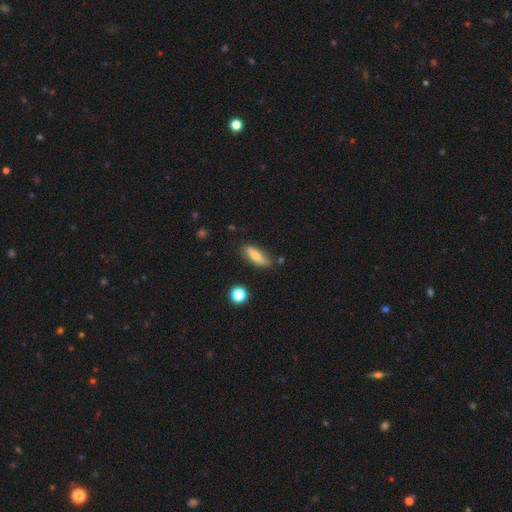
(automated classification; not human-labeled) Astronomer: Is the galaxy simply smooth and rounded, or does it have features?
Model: smooth — 73%.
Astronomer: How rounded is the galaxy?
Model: in between — 58% (runner-up: cigar-shaped, 40%).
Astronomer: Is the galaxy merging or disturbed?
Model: none — 73%.